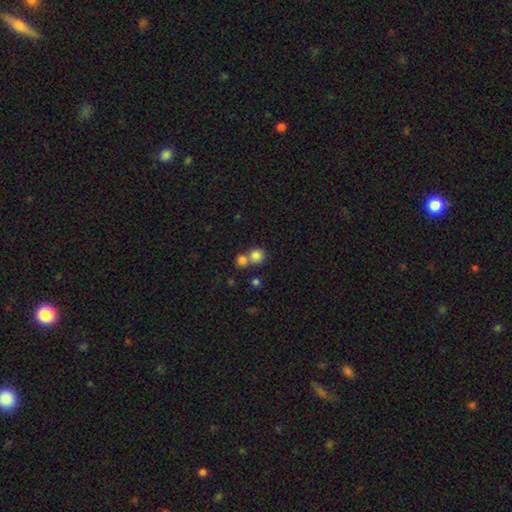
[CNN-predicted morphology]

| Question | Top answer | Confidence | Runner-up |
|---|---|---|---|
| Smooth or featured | smooth | 80% | star or artifact (11%) |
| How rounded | round | 87% | in between (12%) |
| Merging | none | 49% | merger (42%) |